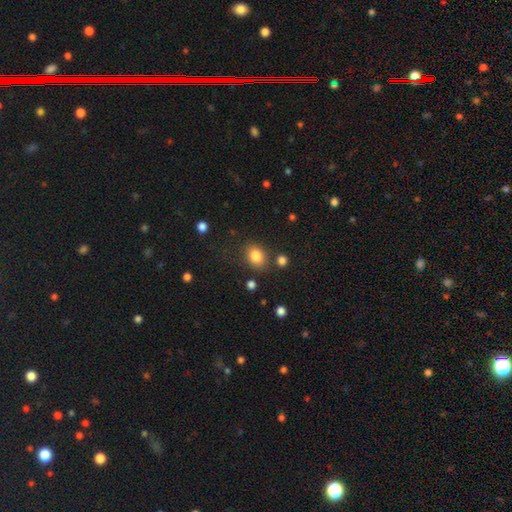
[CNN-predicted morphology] This is clearly a smooth galaxy (82%). How rounded: possibly in between (53%). Merging: likely none (78%).